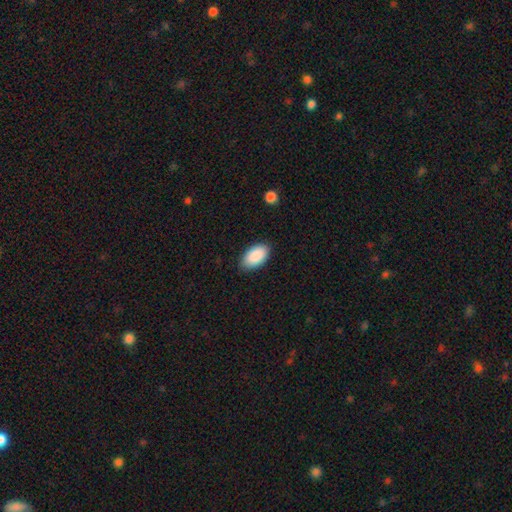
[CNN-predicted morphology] Q: Smooth or featured?
A: smooth (90%); runner-up: star or artifact (6%)
Q: How rounded?
A: in between (96%); runner-up: round (3%)
Q: Merging?
A: none (86%); runner-up: minor disturbance (11%)